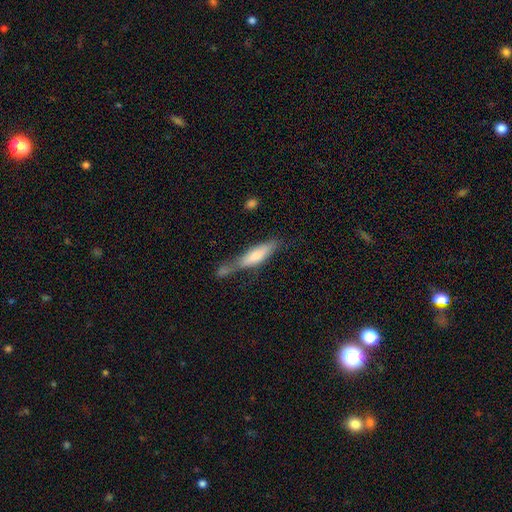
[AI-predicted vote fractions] Q: Smooth or featured?
A: smooth (68%); runner-up: featured or disk (26%)
Q: How rounded?
A: cigar-shaped (63%); runner-up: in between (35%)
Q: Merging?
A: none (31%); runner-up: minor disturbance (26%)